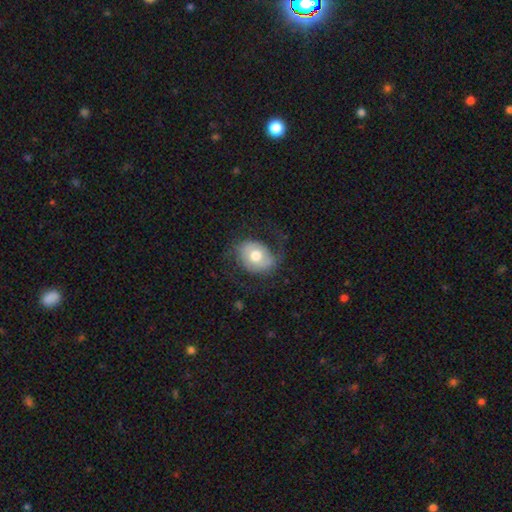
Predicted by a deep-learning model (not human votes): featured or disk 47%, smooth 46%, star or artifact 7%. Down the decision tree: merging — none (58%).